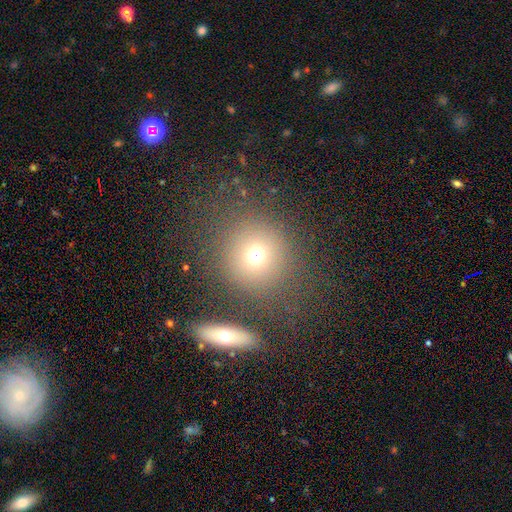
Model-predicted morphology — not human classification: Smooth or featured?
  - smooth: 70% *
  - star or artifact: 18%
  - featured or disk: 12%
How rounded?
  - round: 90% *
  - in between: 9%
  - cigar-shaped: 1%
Merging?
  - none: 74% *
  - minor disturbance: 10%
  - merger: 9%
  - major disturbance: 7%